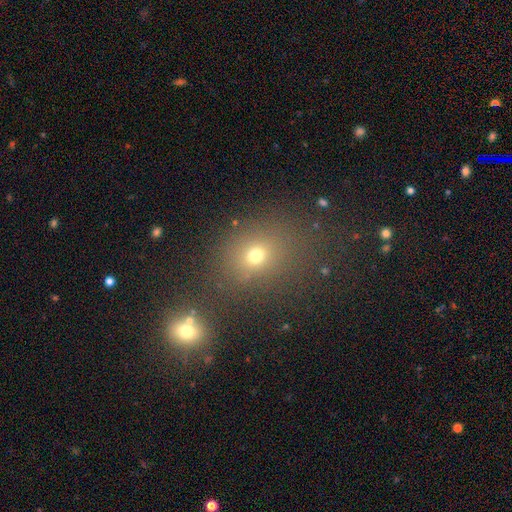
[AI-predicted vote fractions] smooth-or-featured: smooth: 67% | star or artifact: 22% | featured or disk: 10%
  how-rounded: round: 57% | in between: 42% | cigar-shaped: 2%
  merging: none: 74% | minor disturbance: 12% | merger: 8% | major disturbance: 6%